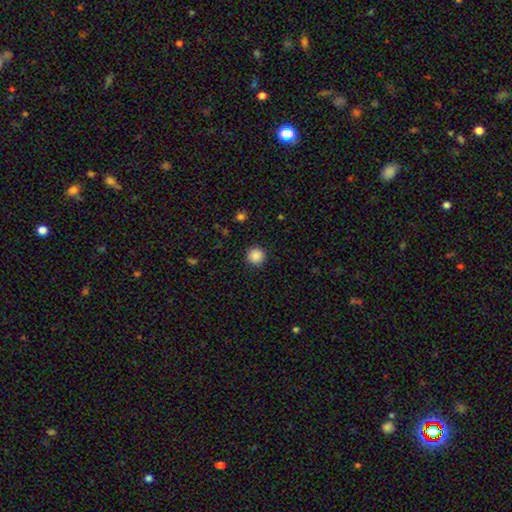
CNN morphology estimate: A smooth galaxy with no disk features (88%) that is round (95%).

Vote fractions:
- Smooth or featured? smooth: 88% / star or artifact: 10% / featured or disk: 3%
- How rounded? round: 95% / in between: 4% / cigar-shaped: 1%
- Merging? none: 91% / minor disturbance: 6% / major disturbance: 2% / merger: 1%